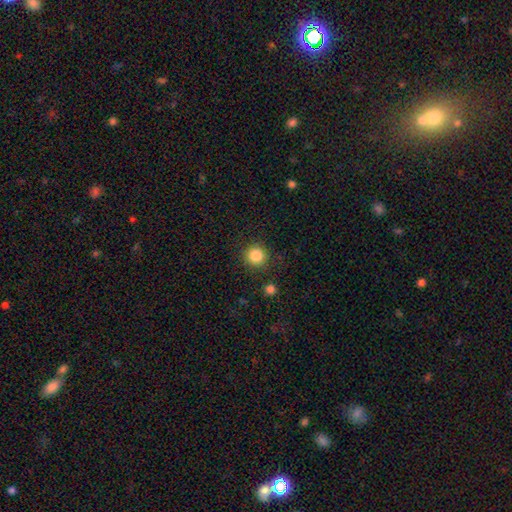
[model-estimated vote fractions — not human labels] smooth 85%, star or artifact 10%, featured or disk 4%. Down the decision tree: how rounded — round (94%); merging — none (89%).